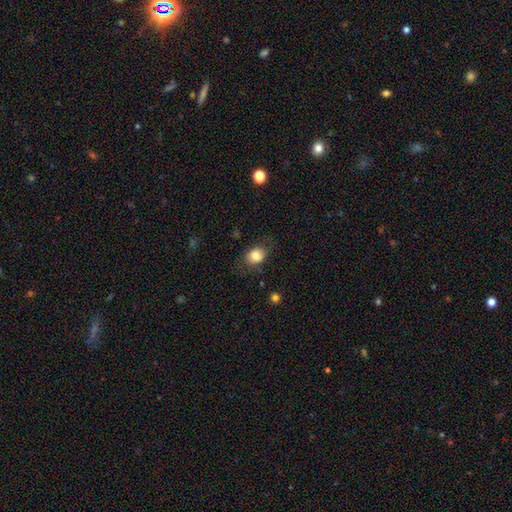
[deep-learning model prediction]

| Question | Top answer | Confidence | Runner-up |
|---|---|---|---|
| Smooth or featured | smooth | 80% | featured or disk (11%) |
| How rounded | in between | 58% | round (41%) |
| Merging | none | 75% | minor disturbance (17%) |